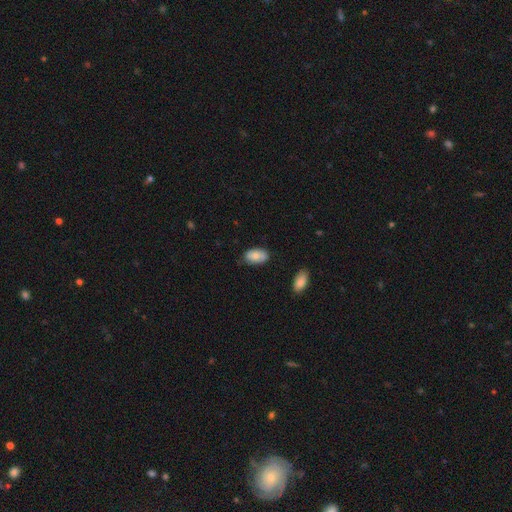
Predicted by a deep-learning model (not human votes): A smooth galaxy with no disk features (79%) that is in between round and cigar-shaped (94%).

Vote fractions:
- Smooth or featured? smooth: 79% / featured or disk: 15% / star or artifact: 6%
- How rounded? in between: 94% / round: 4% / cigar-shaped: 2%
- Merging? none: 74% / minor disturbance: 21% / major disturbance: 3% / merger: 2%